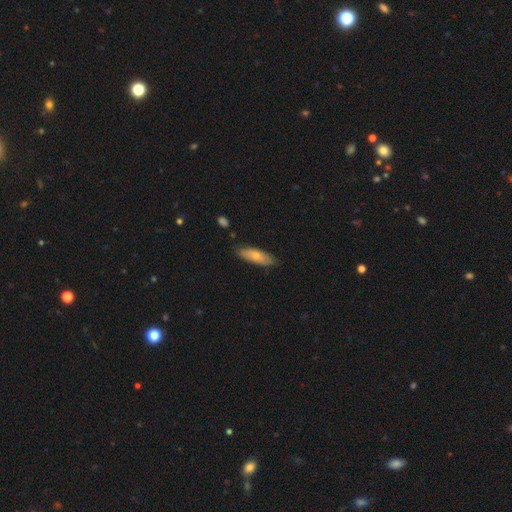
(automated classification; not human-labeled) A smooth galaxy with no disk features (69%) that is in between round and cigar-shaped (58%). Merging: none (79%).